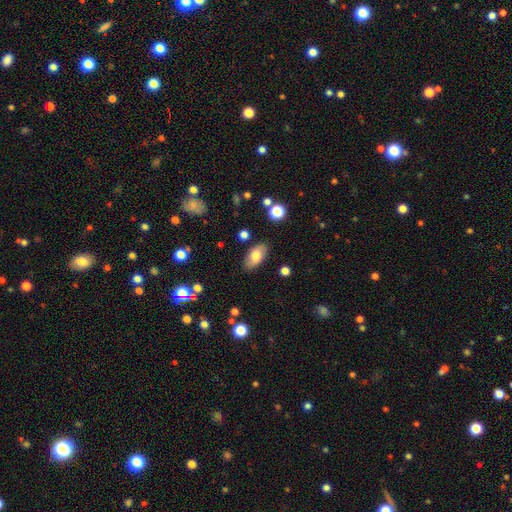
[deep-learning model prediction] Smooth or featured: smooth — 71% (featured or disk — 21%)
How rounded: in between — 93% (round — 4%)
Merging: none — 84% (minor disturbance — 11%)